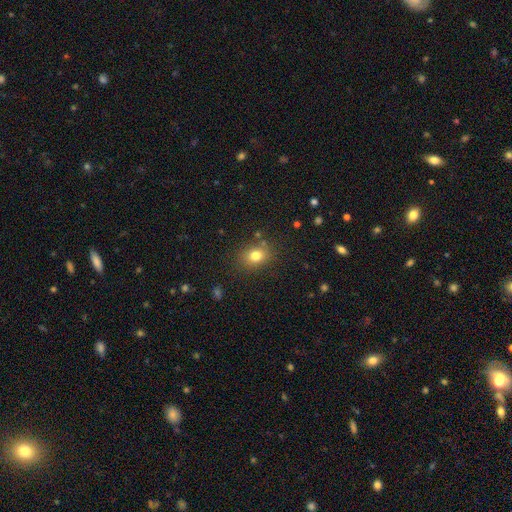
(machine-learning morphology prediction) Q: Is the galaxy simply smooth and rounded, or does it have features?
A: smooth — 78%.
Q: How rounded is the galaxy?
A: in between — 52%.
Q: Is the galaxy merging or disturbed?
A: none — 81%.